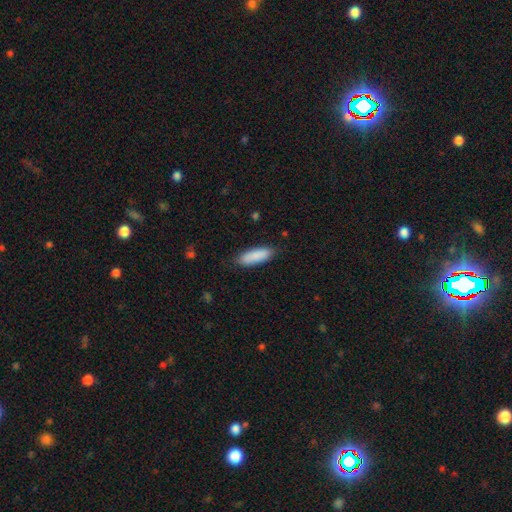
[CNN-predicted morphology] This is clearly a smooth galaxy (89%). How rounded: possibly in between (59%). Merging: clearly none (85%).